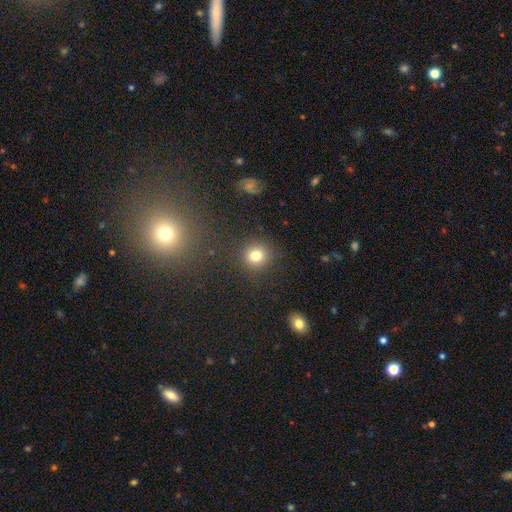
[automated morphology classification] Smooth or featured?
  - smooth: 80% *
  - star or artifact: 13%
  - featured or disk: 7%
How rounded?
  - round: 91% *
  - in between: 8%
  - cigar-shaped: 1%
Merging?
  - none: 88% *
  - minor disturbance: 7%
  - major disturbance: 3%
  - merger: 2%